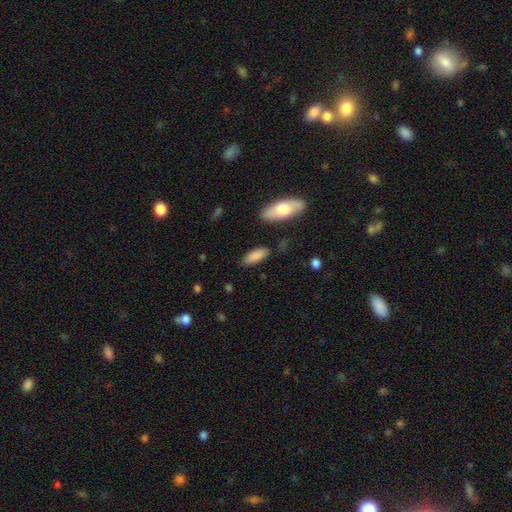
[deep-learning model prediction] A smooth galaxy with no disk features (86%) that is in between round and cigar-shaped (76%).

Vote fractions:
- Smooth or featured? smooth: 86% / featured or disk: 8% / star or artifact: 6%
- How rounded? in between: 76% / cigar-shaped: 22% / round: 2%
- Merging? none: 83% / minor disturbance: 11% / merger: 3% / major disturbance: 3%